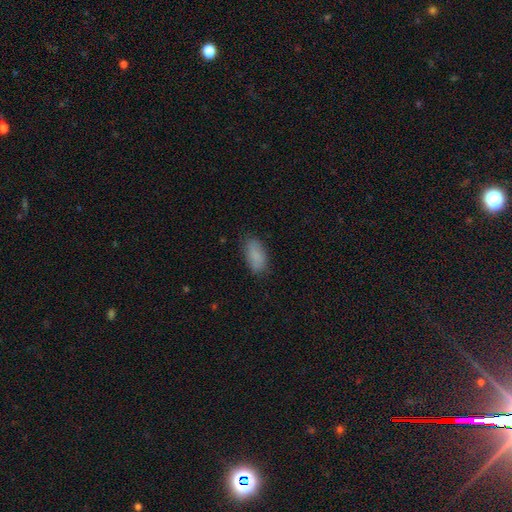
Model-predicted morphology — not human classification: type=smooth (86%); roundness=in between (89%); merging=none (78%).